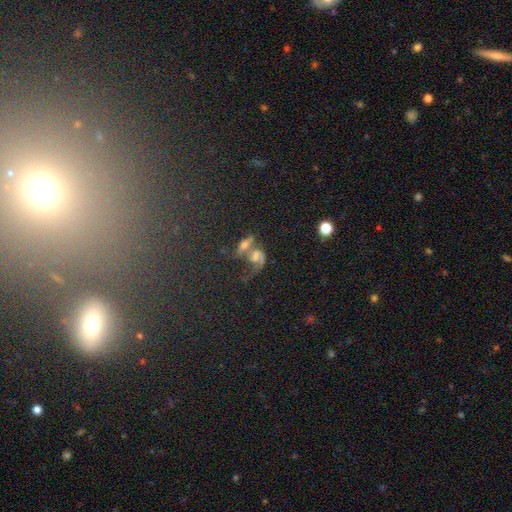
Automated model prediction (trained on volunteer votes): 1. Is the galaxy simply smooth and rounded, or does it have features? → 54% featured or disk, 29% smooth, 17% star or artifact.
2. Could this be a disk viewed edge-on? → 90% no, 10% yes.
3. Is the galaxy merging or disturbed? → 55% merger, 21% none, 14% major disturbance, 10% minor disturbance.